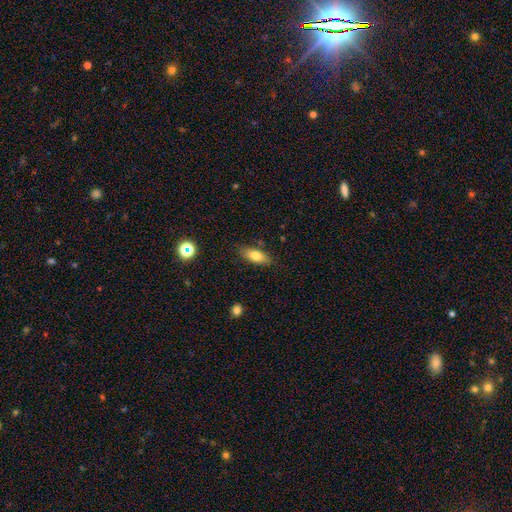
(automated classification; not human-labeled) Smooth or featured? smooth (77%)
How rounded? in between (76%)
Merging? none (83%)